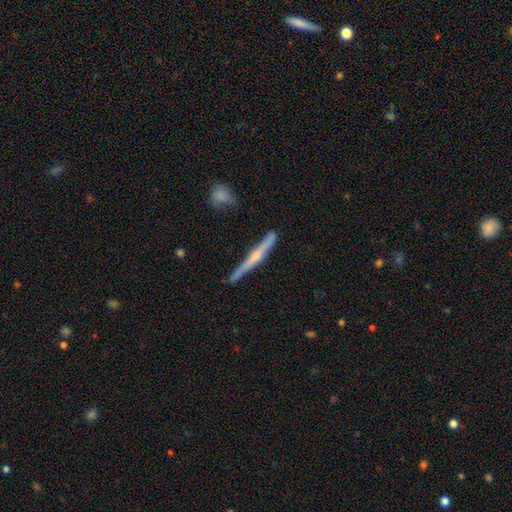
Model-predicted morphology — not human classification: Smooth or featured? featured or disk (71%)
Edge-on disk? yes (97%)
Edge-on bulge? rounded (77%)
Merging? none (83%)